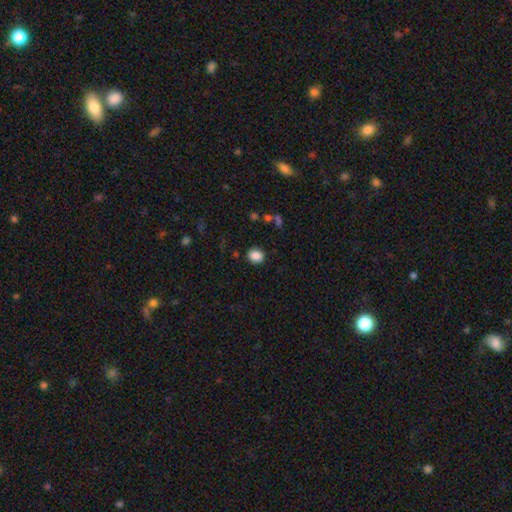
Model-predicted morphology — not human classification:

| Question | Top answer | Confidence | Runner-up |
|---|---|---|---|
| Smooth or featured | smooth | 87% | star or artifact (9%) |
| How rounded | round | 59% | in between (40%) |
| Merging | none | 88% | minor disturbance (8%) |